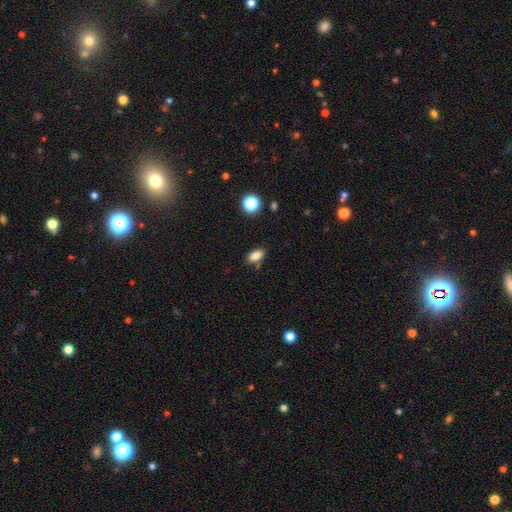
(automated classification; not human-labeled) This is clearly a smooth galaxy (85%). How rounded: clearly in between (87%). Merging: clearly none (81%).